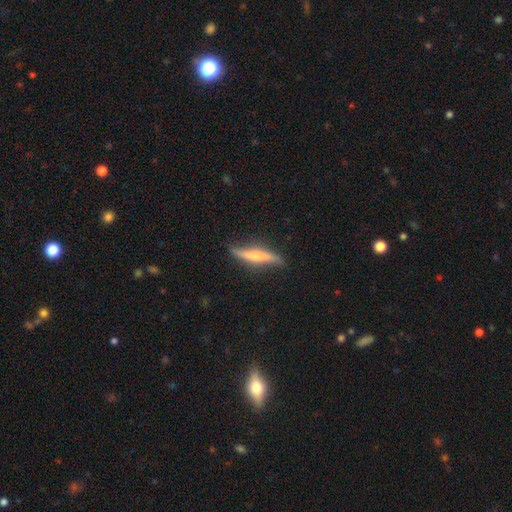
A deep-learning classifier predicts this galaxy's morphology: Q: Smooth or featured?
A: featured or disk (62%); runner-up: smooth (32%)
Q: Edge-on disk?
A: yes (82%); runner-up: no (18%)
Q: Edge-on bulge?
A: rounded (62%); runner-up: none (24%)
Q: Merging?
A: none (73%); runner-up: minor disturbance (21%)